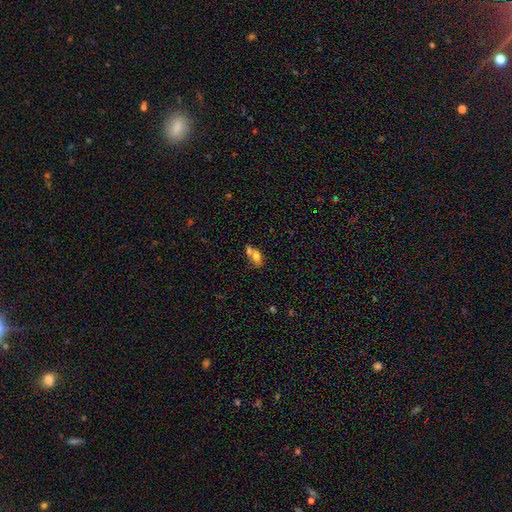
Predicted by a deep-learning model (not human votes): smooth_or_featured: smooth (p=0.70) [alt: featured or disk p=0.20]
how_rounded: in between (p=0.79) [alt: round p=0.16]
merging: merger (p=0.56) [alt: none p=0.27]